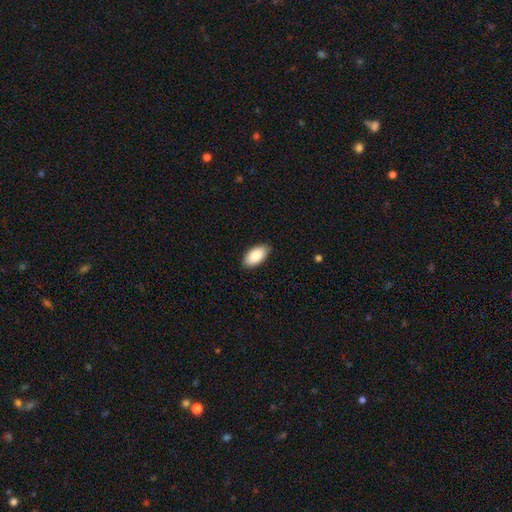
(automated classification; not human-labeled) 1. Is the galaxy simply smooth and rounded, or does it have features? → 88% smooth, 6% featured or disk, 6% star or artifact.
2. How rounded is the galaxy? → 95% in between, 3% cigar-shaped, 2% round.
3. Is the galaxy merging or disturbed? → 86% none, 11% minor disturbance, 2% major disturbance, 1% merger.